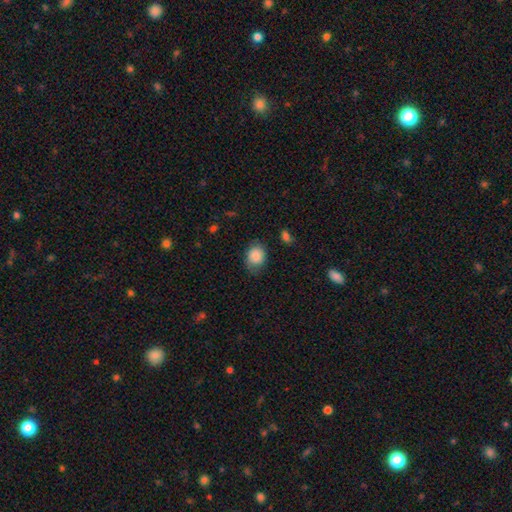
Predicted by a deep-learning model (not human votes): smooth-or-featured: smooth: 86% | star or artifact: 8% | featured or disk: 6%
  how-rounded: round: 54% | in between: 45% | cigar-shaped: 1%
  merging: none: 72% | minor disturbance: 21% | major disturbance: 5% | merger: 2%